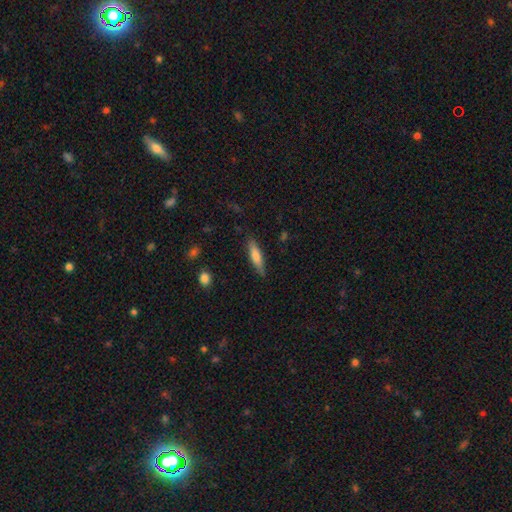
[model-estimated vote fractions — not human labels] Smooth or featured? smooth (74%)
How rounded? cigar-shaped (74%)
Merging? none (81%)